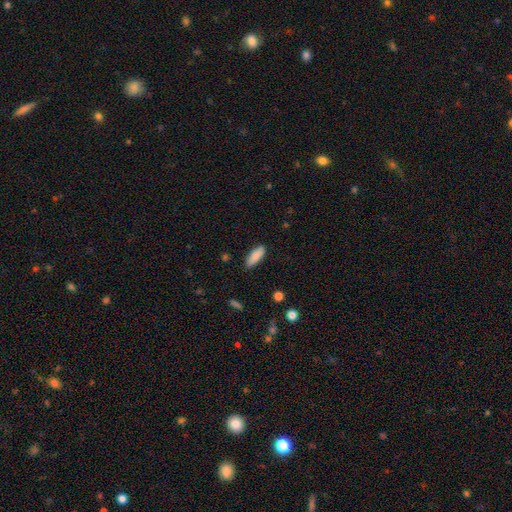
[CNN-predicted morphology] A smooth galaxy with no disk features (86%) that is in between round and cigar-shaped (63%).

Vote fractions:
- Smooth or featured? smooth: 86% / featured or disk: 8% / star or artifact: 6%
- How rounded? in between: 63% / cigar-shaped: 35% / round: 2%
- Merging? none: 87% / minor disturbance: 10% / major disturbance: 2% / merger: 1%